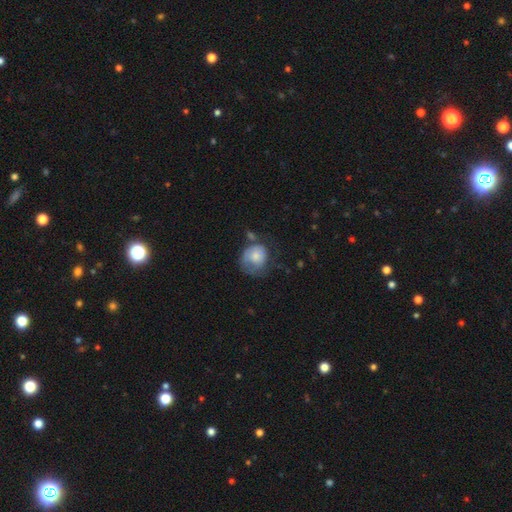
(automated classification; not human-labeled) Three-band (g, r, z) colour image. It shows a smooth galaxy with no disk features (65%) that is round (71%). Merging: none (35%).